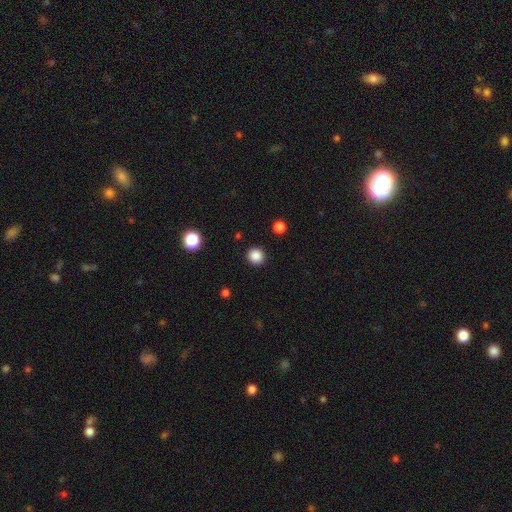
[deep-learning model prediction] A smooth galaxy with no disk features (86%) that is round (92%). Merging: none (92%).